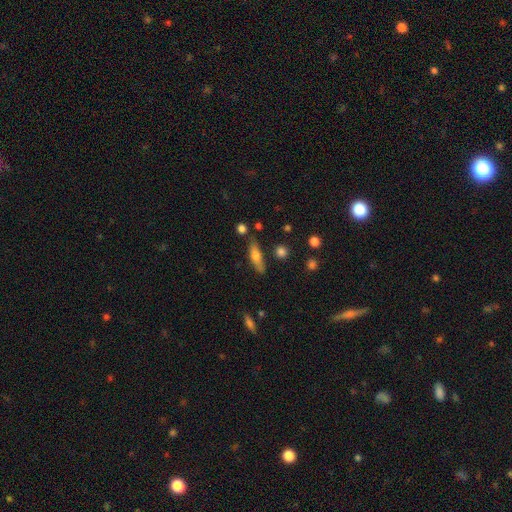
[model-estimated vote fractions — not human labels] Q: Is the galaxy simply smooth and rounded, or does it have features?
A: smooth — 63%.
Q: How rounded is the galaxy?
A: cigar-shaped — 52%.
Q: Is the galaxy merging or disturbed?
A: none — 73%.